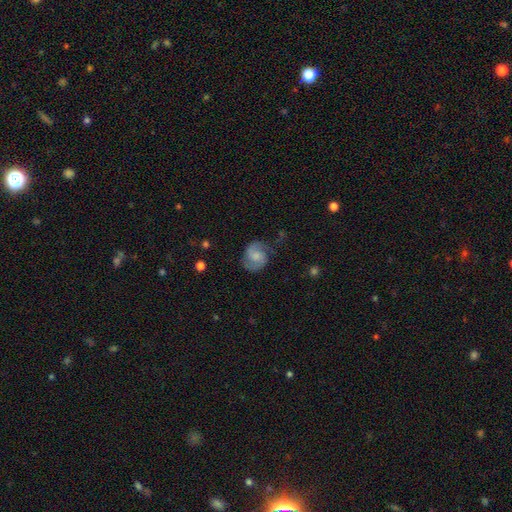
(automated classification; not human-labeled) Q: Smooth or featured?
A: featured or disk (68%); runner-up: smooth (25%)
Q: Edge-on disk?
A: no (98%); runner-up: yes (2%)
Q: Bar?
A: no (55%); runner-up: weak (39%)
Q: Spiral arms?
A: yes (94%); runner-up: no (6%)
Q: Spiral winding?
A: medium (51%); runner-up: tight (28%)
Q: Spiral arm count?
A: 2 (88%); runner-up: can't tell (5%)
Q: Bulge size?
A: moderate (36%); runner-up: small (32%)
Q: Merging?
A: none (69%); runner-up: minor disturbance (20%)